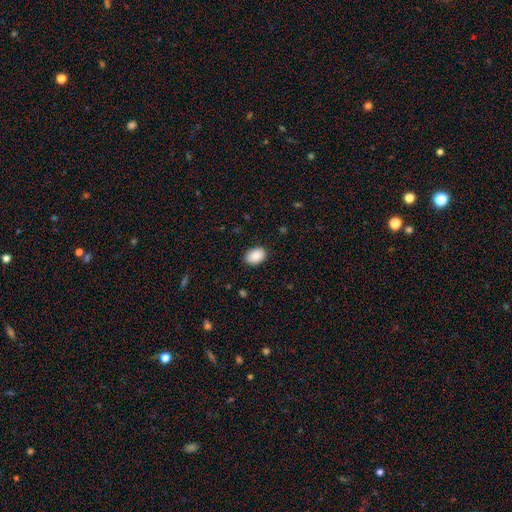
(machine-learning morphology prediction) The model was most divided on "how rounded": in between: 84%, round: 15%, cigar-shaped: 1%. More confident: smooth or featured — smooth (90%); merging — none (89%).